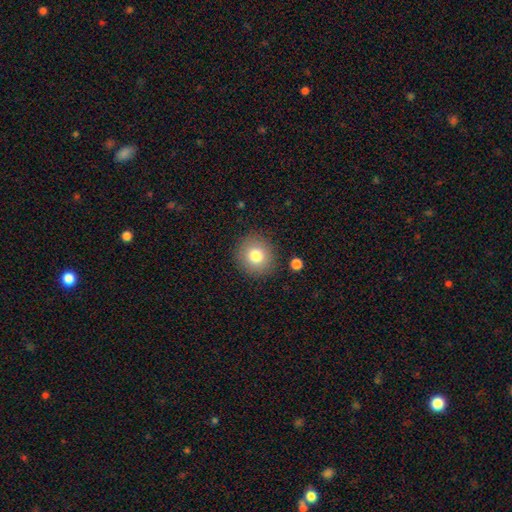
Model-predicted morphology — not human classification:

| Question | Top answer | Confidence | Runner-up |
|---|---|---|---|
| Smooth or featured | smooth | 80% | featured or disk (10%) |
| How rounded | round | 88% | in between (11%) |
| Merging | none | 88% | minor disturbance (8%) |